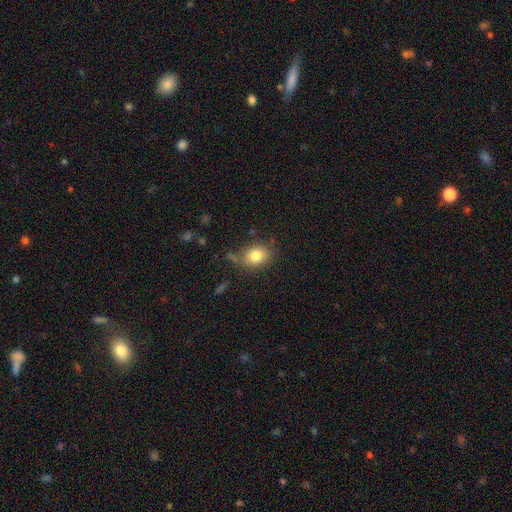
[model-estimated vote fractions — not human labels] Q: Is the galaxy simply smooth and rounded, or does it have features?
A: smooth — 81%.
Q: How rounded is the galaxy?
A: in between — 54%.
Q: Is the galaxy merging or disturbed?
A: none — 76%.